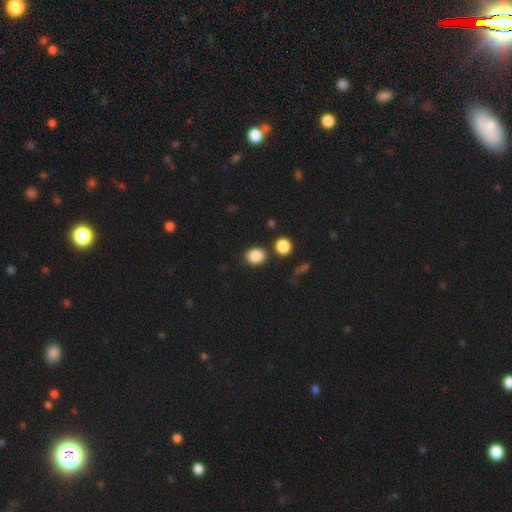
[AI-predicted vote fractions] Overall: smooth (85%). How rounded: round (63%; in between 35%). Merging: none (78%).